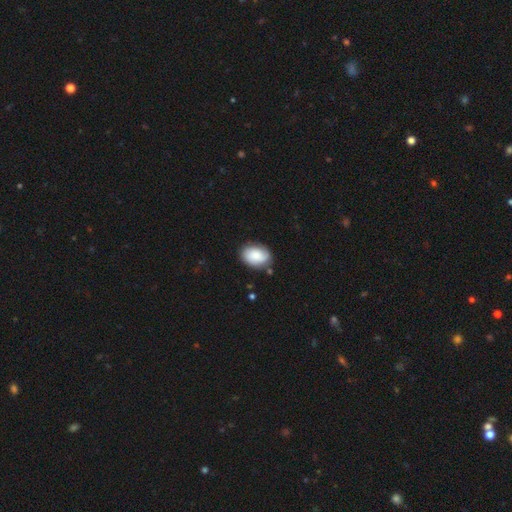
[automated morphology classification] A smooth galaxy with no disk features (74%) that is in between round and cigar-shaped (77%).

Vote fractions:
- Smooth or featured? smooth: 74% / featured or disk: 19% / star or artifact: 7%
- How rounded? in between: 77% / round: 22% / cigar-shaped: 1%
- Merging? none: 76% / minor disturbance: 17% / major disturbance: 4% / merger: 3%